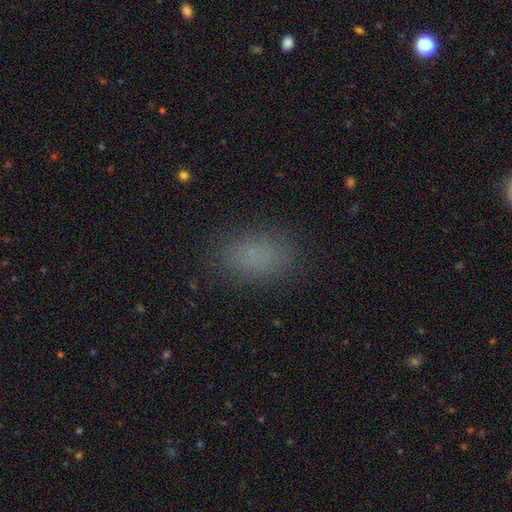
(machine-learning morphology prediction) smooth_or_featured: smooth (p=0.80) [alt: star or artifact p=0.15]
how_rounded: in between (p=0.86) [alt: round p=0.12]
merging: none (p=0.83) [alt: minor disturbance p=0.12]